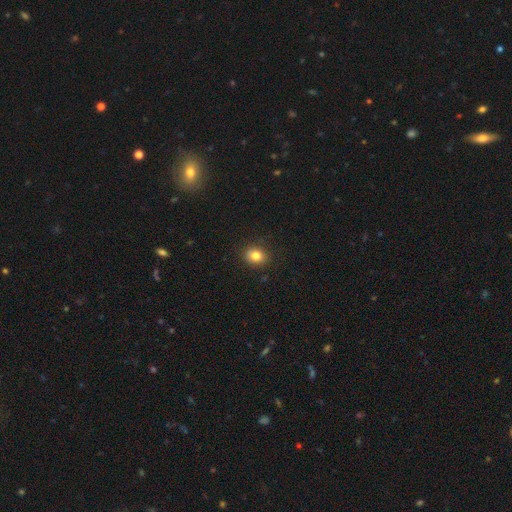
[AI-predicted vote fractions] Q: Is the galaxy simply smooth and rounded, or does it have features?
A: smooth — 82%.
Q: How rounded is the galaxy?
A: round — 55%.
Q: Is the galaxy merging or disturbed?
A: none — 88%.